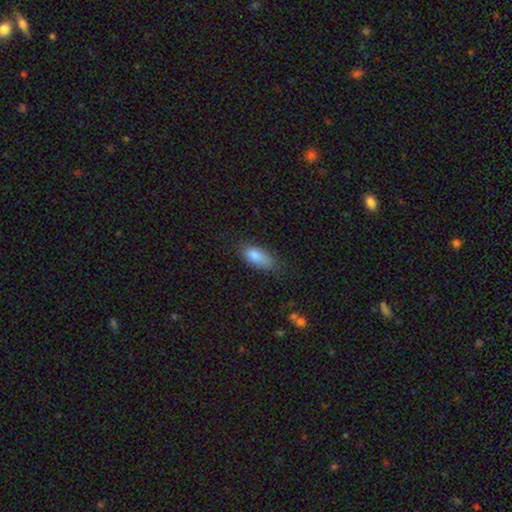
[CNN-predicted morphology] This appears to be a smooth galaxy with no disk features (85%) that is in between round and cigar-shaped (86%). Merging: none (66%).